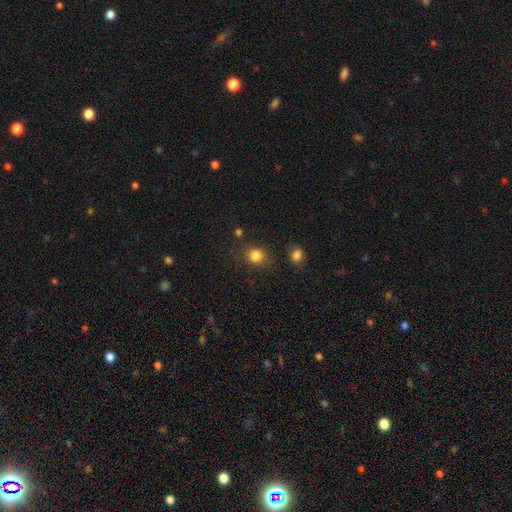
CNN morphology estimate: This appears to be a smooth galaxy with no disk features (83%) that is round (77%). Merging: none (83%).